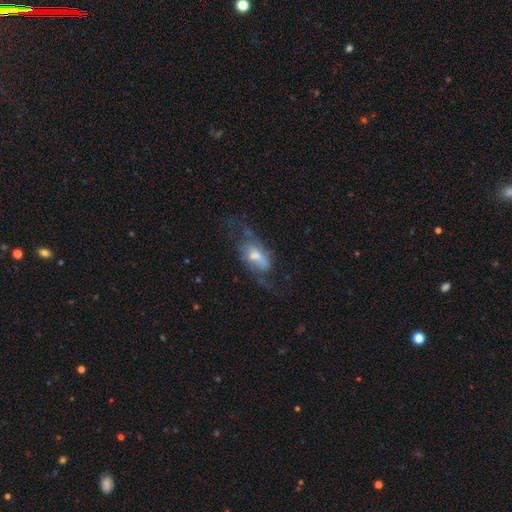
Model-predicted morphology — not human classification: Smooth or featured? Predicted: featured or disk (p=0.71). Edge-on disk? Predicted: no (p=0.89). Bar? Predicted: weak (p=0.43). Spiral arms? Predicted: yes (p=0.84). Spiral winding? Predicted: loose (p=0.50). Spiral arm count? Predicted: 2 (p=0.76). Bulge size? Predicted: moderate (p=0.54). Merging? Predicted: none (p=0.51).